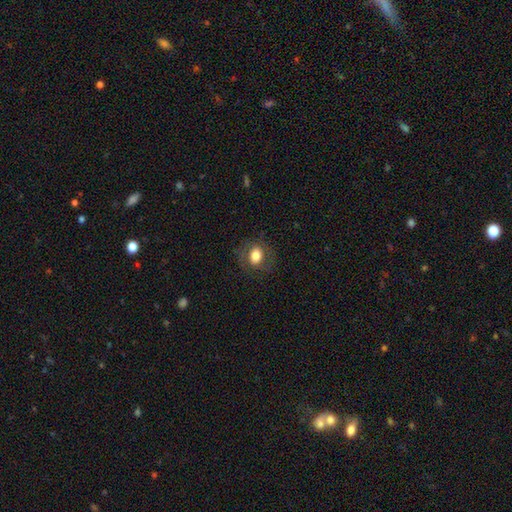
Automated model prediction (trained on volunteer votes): Smooth or featured? Predicted: smooth (p=0.76). How rounded? Predicted: in between (p=0.53). Merging? Predicted: none (p=0.80).